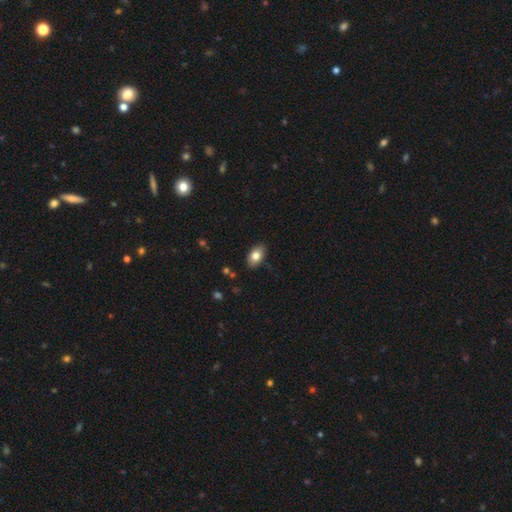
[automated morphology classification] This appears to be a smooth galaxy with no disk features (79%) that is in between round and cigar-shaped (91%). Merging: none (86%).